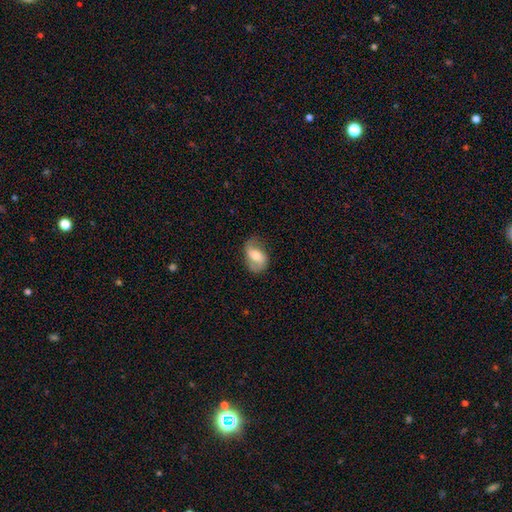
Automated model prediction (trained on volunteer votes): Smooth or featured?
  - featured or disk: 51% *
  - smooth: 42%
  - star or artifact: 7%
Edge-on disk?
  - no: 95% *
  - yes: 5%
Merging?
  - none: 63% *
  - minor disturbance: 25%
  - major disturbance: 11%
  - merger: 2%